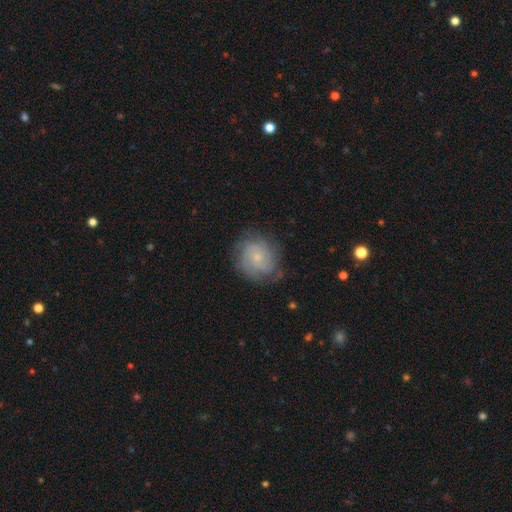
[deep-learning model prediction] This appears to be a featured or disk galaxy (66%) with no bar (77%), tight (61%) spiral arms (90%) and a small central bulge (73%). Merging: none (74%).